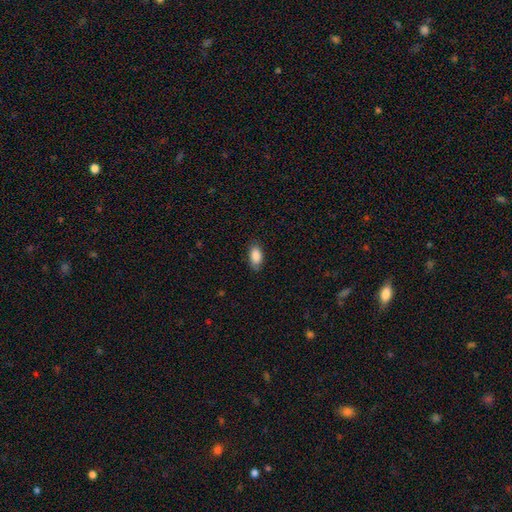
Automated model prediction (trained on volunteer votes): smooth-or-featured: smooth: 88% | star or artifact: 7% | featured or disk: 5%
  how-rounded: in between: 92% | cigar-shaped: 4% | round: 4%
  merging: none: 81% | minor disturbance: 15% | major disturbance: 3% | merger: 1%